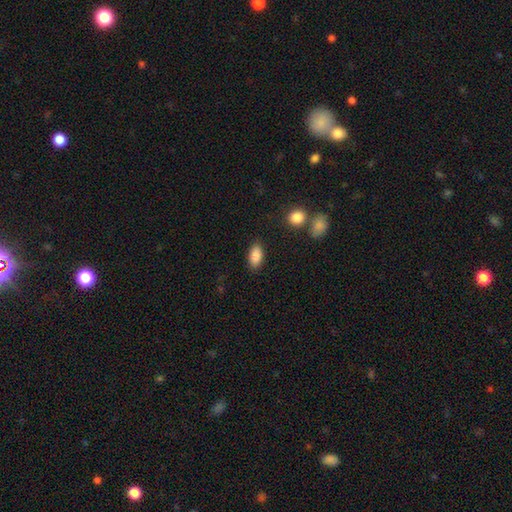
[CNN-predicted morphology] Q: Smooth or featured?
A: smooth (88%); runner-up: star or artifact (7%)
Q: How rounded?
A: in between (92%); runner-up: round (4%)
Q: Merging?
A: none (85%); runner-up: minor disturbance (10%)